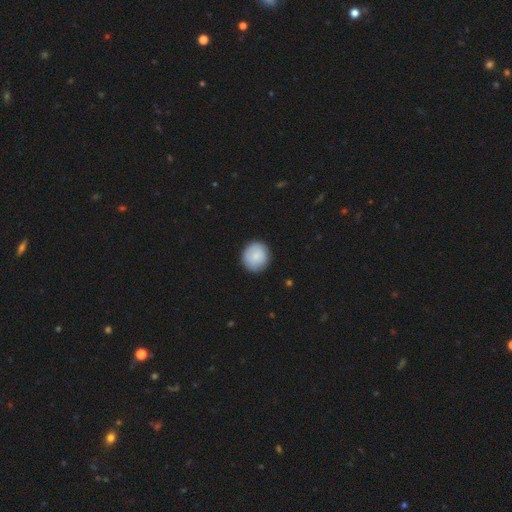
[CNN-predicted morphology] smooth_or_featured: smooth (p=0.82) [alt: featured or disk p=0.12]
how_rounded: round (p=0.92) [alt: in between p=0.07]
merging: none (p=0.89) [alt: minor disturbance p=0.08]